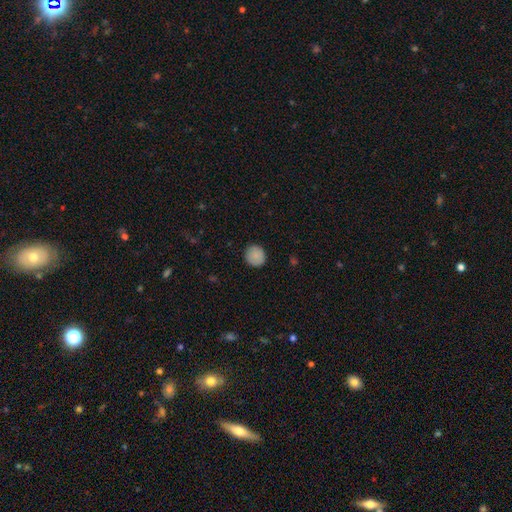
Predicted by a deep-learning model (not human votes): Morphology: type=smooth (88%); roundness=round (90%); merging=none (90%).